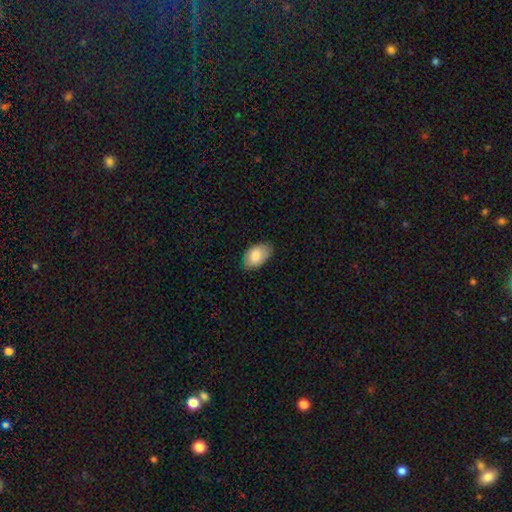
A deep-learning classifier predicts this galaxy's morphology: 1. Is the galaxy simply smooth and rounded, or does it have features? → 83% smooth, 10% featured or disk, 6% star or artifact.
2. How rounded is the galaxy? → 92% in between, 7% round, 1% cigar-shaped.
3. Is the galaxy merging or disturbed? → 82% none, 15% minor disturbance, 2% major disturbance, 1% merger.